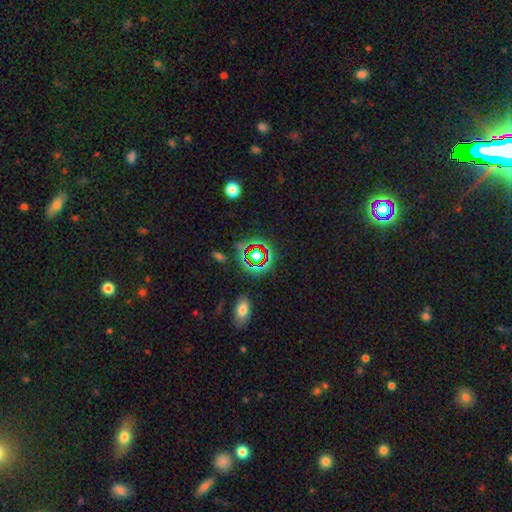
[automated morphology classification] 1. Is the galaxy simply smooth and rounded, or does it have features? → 62% star or artifact, 25% smooth, 13% featured or disk.